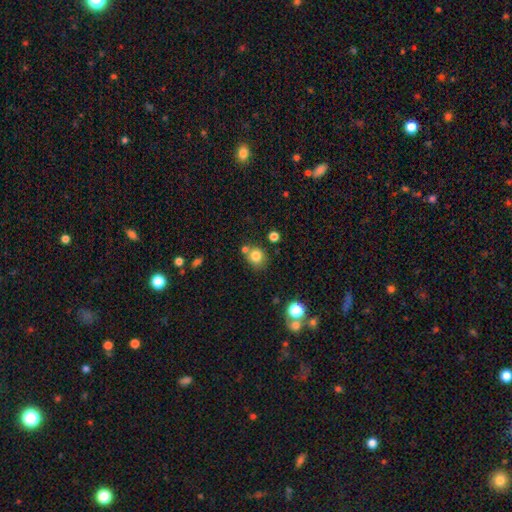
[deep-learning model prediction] Q: Smooth or featured?
A: smooth (80%); runner-up: star or artifact (12%)
Q: How rounded?
A: round (82%); runner-up: in between (17%)
Q: Merging?
A: none (66%); runner-up: merger (18%)